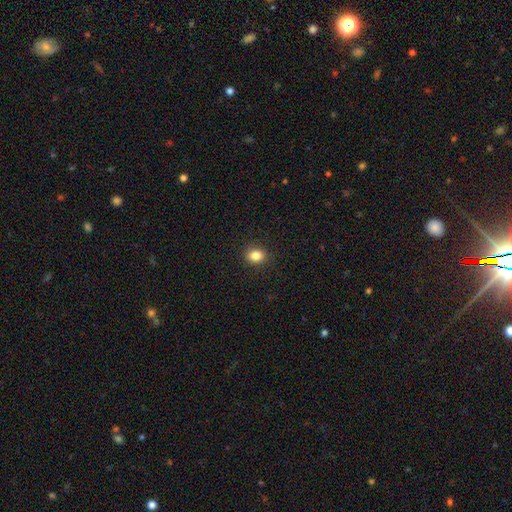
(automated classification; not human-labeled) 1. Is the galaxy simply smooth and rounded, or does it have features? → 84% smooth, 11% star or artifact, 5% featured or disk.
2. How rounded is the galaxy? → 57% round, 42% in between, 1% cigar-shaped.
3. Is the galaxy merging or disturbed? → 90% none, 7% minor disturbance, 2% major disturbance, 1% merger.